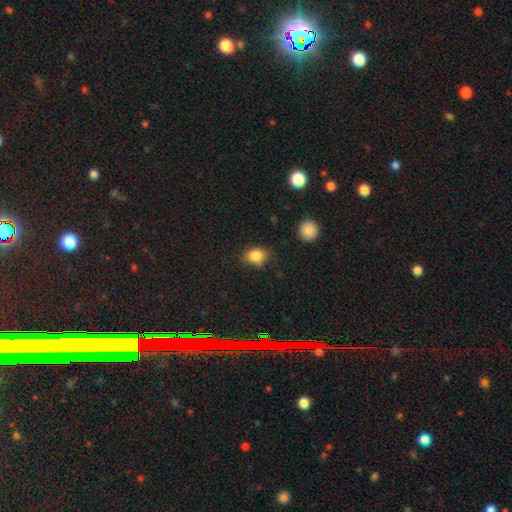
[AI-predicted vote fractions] Smooth or featured? Predicted: smooth (p=0.85). How rounded? Predicted: in between (p=0.51). Merging? Predicted: none (p=0.75).